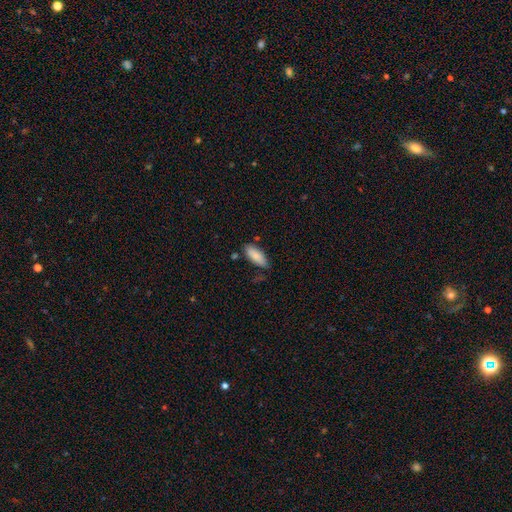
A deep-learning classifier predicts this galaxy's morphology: The model was most divided on "merging": none: 73%, minor disturbance: 19%, merger: 4%, major disturbance: 4%. More confident: smooth or featured — smooth (86%); how rounded — in between (78%).